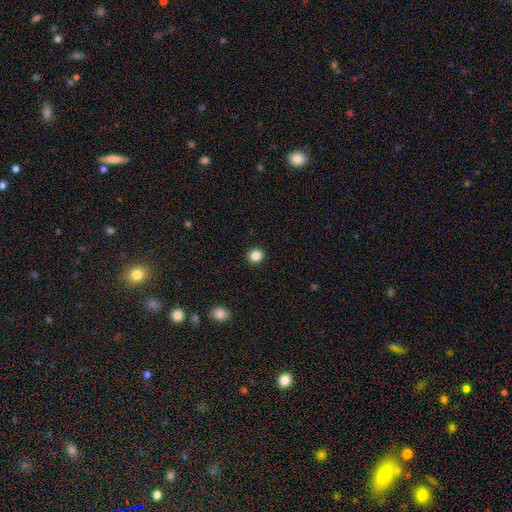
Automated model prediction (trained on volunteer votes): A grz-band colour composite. It shows a smooth galaxy with no disk features (85%) that is round (88%). Merging: none (93%).